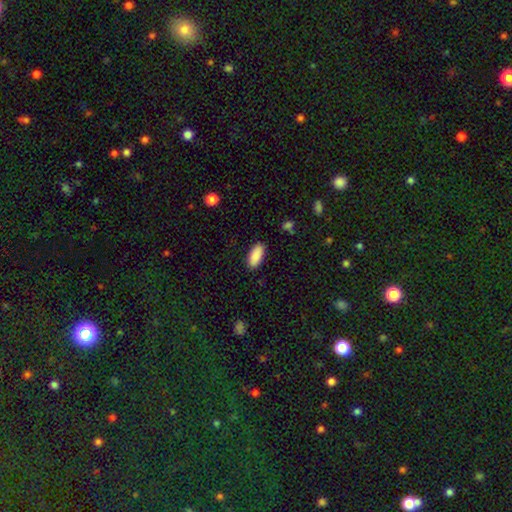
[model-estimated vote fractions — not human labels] smooth_or_featured: smooth (p=0.90) [alt: star or artifact p=0.06]
how_rounded: in between (p=0.83) [alt: cigar-shaped p=0.15]
merging: none (p=0.88) [alt: minor disturbance p=0.09]